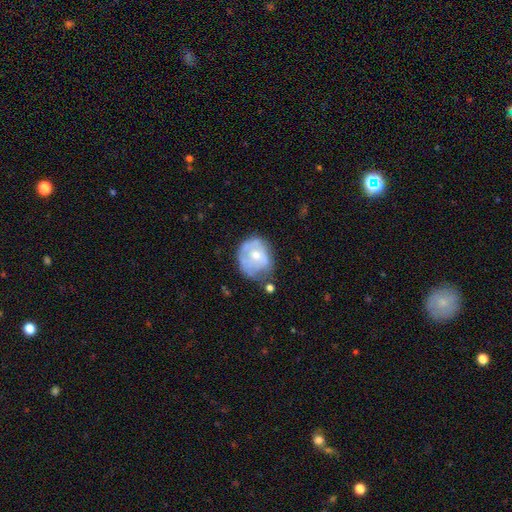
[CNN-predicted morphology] Q: Smooth or featured?
A: featured or disk (48%); runner-up: smooth (45%)
Q: Merging?
A: none (40%); runner-up: minor disturbance (32%)